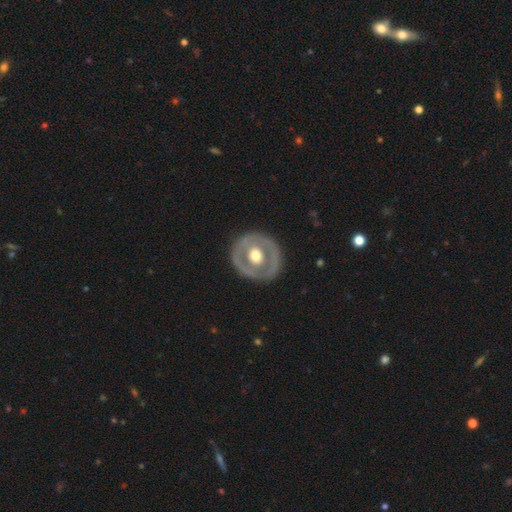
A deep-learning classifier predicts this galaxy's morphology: Smooth or featured?
  - featured or disk: 59% *
  - smooth: 37%
  - star or artifact: 4%
Edge-on disk?
  - no: 95% *
  - yes: 5%
Bar?
  - no: 83% *
  - weak: 12%
  - strong: 5%
Spiral arms?
  - no: 89% *
  - yes: 11%
Bulge size?
  - moderate: 69% *
  - large: 23%
  - small: 5%
  - dominant: 1%
  - none: 1%
Merging?
  - none: 83% *
  - minor disturbance: 11%
  - major disturbance: 5%
  - merger: 1%